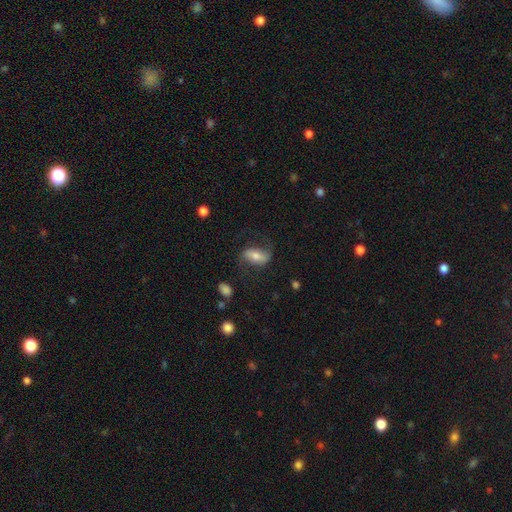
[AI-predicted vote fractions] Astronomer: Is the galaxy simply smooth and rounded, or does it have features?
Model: featured or disk — 57% (runner-up: smooth, 35%).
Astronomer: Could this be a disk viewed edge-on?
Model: no — 92%.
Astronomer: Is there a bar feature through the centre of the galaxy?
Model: strong — 41% (runner-up: weak, 31%).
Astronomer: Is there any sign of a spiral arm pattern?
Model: yes — 87%.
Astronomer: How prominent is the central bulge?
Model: moderate — 53% (runner-up: small, 30%).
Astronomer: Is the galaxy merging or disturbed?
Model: none — 65%.